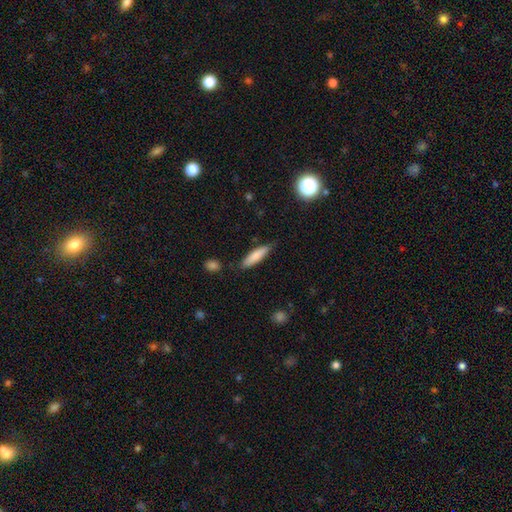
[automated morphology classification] smooth-or-featured: smooth: 79% | featured or disk: 14% | star or artifact: 6%
  how-rounded: cigar-shaped: 75% | in between: 24% | round: 2%
  merging: none: 82% | minor disturbance: 13% | major disturbance: 2% | merger: 2%